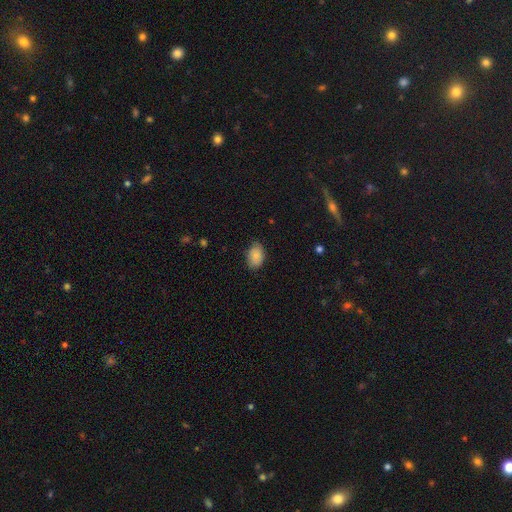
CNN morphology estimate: A smooth galaxy with no disk features (85%) that is in between round and cigar-shaped (87%).

Vote fractions:
- Smooth or featured? smooth: 85% / featured or disk: 8% / star or artifact: 7%
- How rounded? in between: 87% / round: 12% / cigar-shaped: 1%
- Merging? none: 79% / minor disturbance: 17% / major disturbance: 3% / merger: 1%